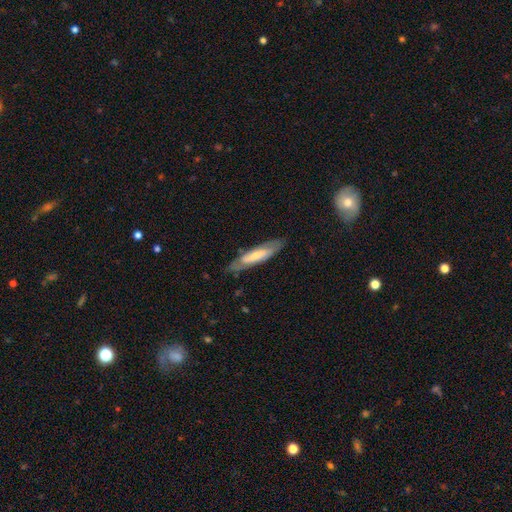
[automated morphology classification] A smooth galaxy with no disk features (48%). Merging: none (78%).